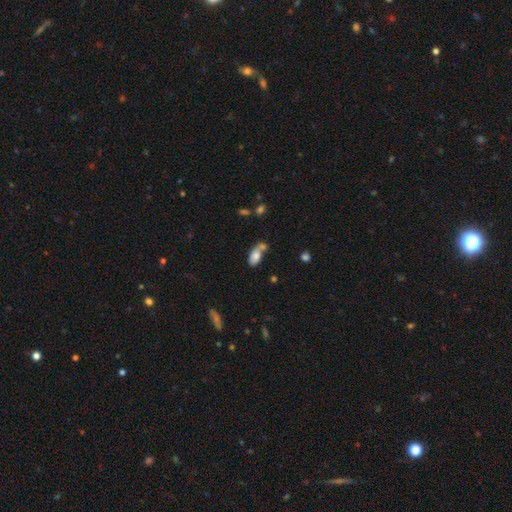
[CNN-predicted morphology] A smooth galaxy with no disk features (78%) that is in between round and cigar-shaped (90%). Merging: merger (43%).